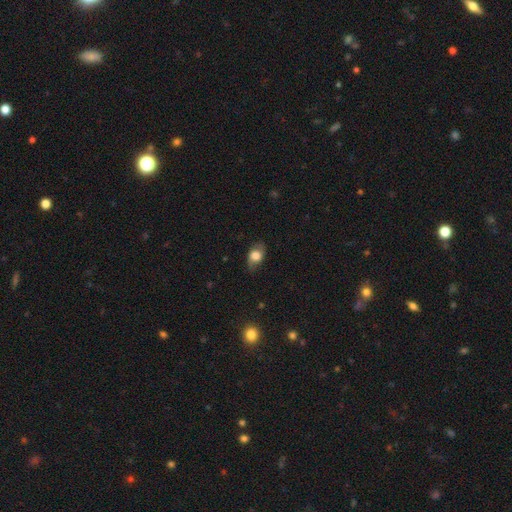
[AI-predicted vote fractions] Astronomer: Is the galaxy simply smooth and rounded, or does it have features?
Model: smooth — 64%.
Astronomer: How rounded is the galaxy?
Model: in between — 78%.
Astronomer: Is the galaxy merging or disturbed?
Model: none — 73%.